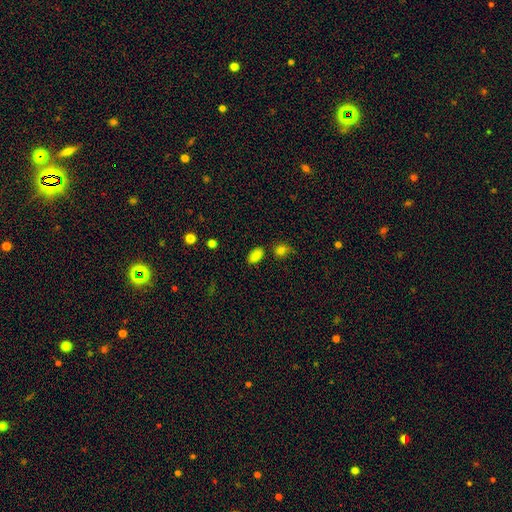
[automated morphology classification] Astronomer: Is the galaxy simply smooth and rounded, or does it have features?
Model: smooth — 82%.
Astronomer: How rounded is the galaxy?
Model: in between — 91%.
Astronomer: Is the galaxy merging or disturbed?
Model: none — 79%.